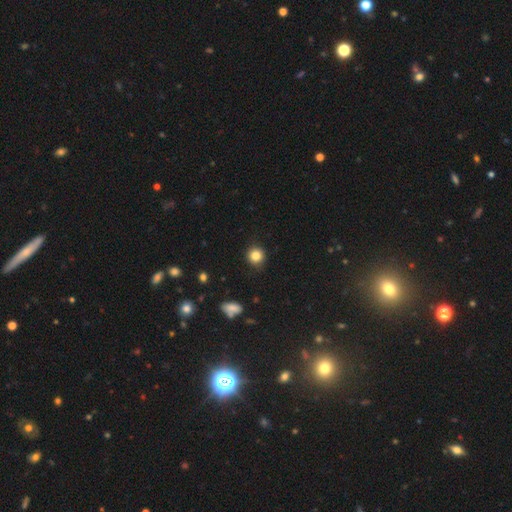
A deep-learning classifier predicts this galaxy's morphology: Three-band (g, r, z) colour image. It shows a smooth galaxy with no disk features (84%) that is round (91%). Merging: none (89%).